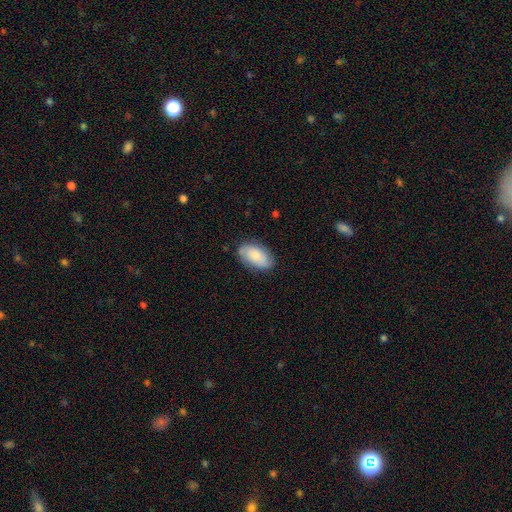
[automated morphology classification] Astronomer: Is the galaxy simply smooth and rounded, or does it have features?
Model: smooth — 71%.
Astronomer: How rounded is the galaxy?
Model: in between — 94%.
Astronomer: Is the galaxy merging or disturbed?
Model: none — 81%.